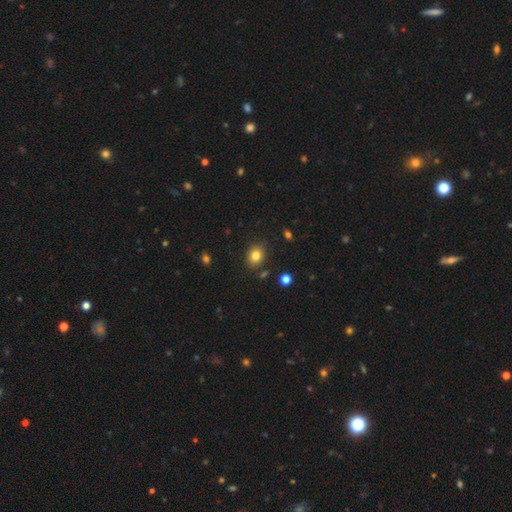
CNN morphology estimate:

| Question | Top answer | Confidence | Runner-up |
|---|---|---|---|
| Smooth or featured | smooth | 82% | star or artifact (11%) |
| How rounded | round | 56% | in between (43%) |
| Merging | none | 83% | minor disturbance (11%) |